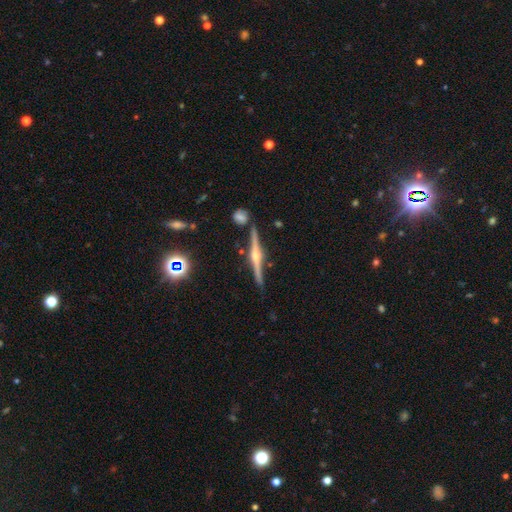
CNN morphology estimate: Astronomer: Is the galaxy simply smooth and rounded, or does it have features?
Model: featured or disk — 85%.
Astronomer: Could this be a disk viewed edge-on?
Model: yes — 98%.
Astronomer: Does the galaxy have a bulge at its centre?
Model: rounded — 93%.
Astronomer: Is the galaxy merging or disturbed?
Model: none — 87%.